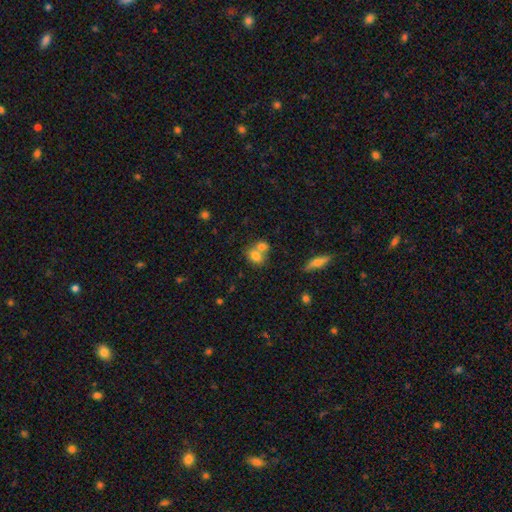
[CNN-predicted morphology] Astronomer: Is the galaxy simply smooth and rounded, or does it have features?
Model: smooth — 74%.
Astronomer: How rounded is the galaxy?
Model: in between — 53% (runner-up: round, 46%).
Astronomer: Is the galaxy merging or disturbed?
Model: merger — 56% (runner-up: none, 32%).